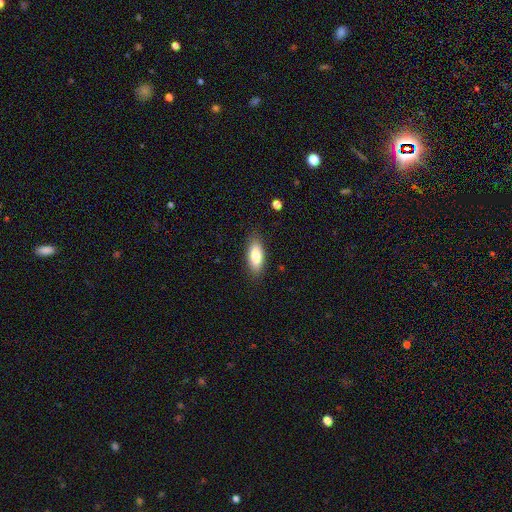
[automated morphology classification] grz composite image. It shows a smooth galaxy with no disk features (80%) that is in between round and cigar-shaped (82%). Merging: none (85%).